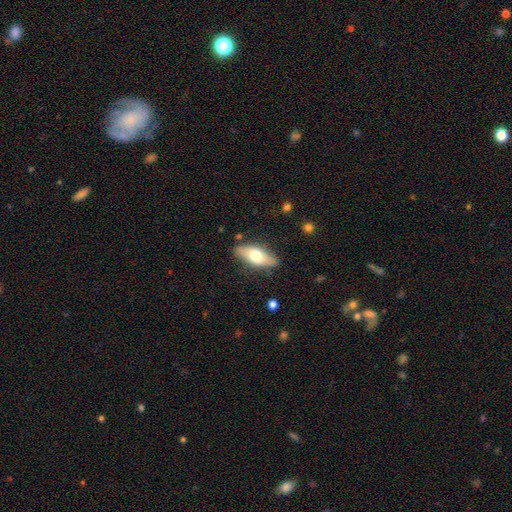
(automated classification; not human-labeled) smooth-or-featured: smooth: 60% | featured or disk: 34% | star or artifact: 6%
  how-rounded: in between: 75% | cigar-shaped: 22% | round: 3%
  merging: none: 82% | minor disturbance: 13% | major disturbance: 3% | merger: 2%